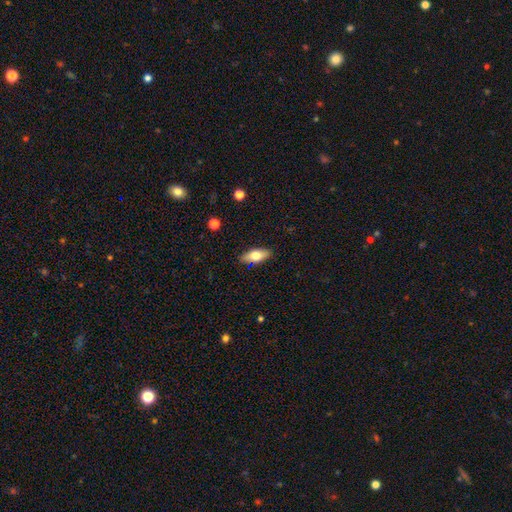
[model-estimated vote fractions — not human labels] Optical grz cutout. It shows a smooth galaxy with no disk features (70%) that is in between round and cigar-shaped (78%). Merging: none (88%).